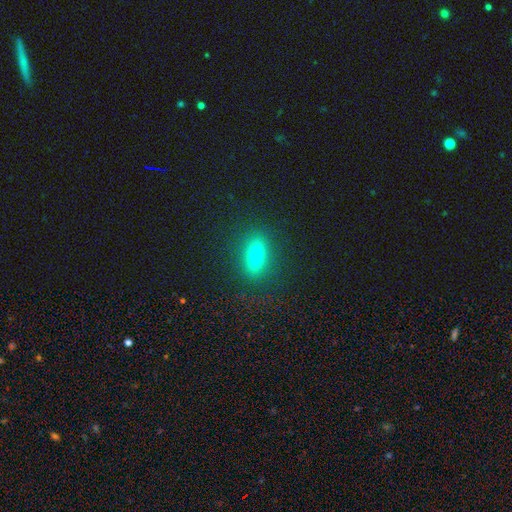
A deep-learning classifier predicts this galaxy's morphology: smooth-or-featured: smooth: 68% | featured or disk: 20% | star or artifact: 11%
  how-rounded: in between: 61% | cigar-shaped: 32% | round: 7%
  merging: none: 88% | minor disturbance: 8% | major disturbance: 3% | merger: 1%